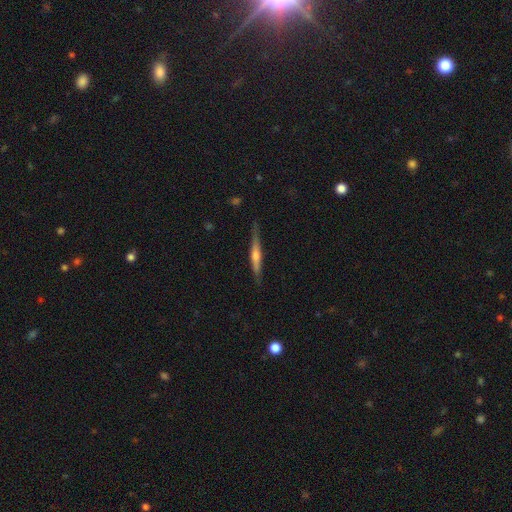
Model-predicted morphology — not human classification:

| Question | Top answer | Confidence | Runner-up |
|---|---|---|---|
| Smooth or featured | featured or disk | 68% | smooth (26%) |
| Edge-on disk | yes | 97% | no (3%) |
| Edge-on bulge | rounded | 77% | none (12%) |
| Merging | none | 84% | minor disturbance (13%) |